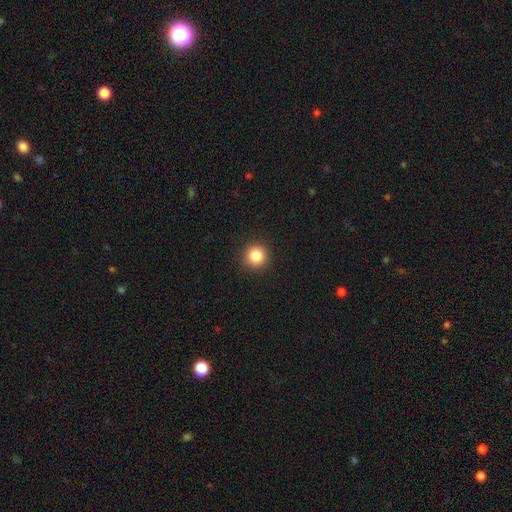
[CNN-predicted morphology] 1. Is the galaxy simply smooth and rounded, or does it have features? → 85% smooth, 11% star or artifact, 5% featured or disk.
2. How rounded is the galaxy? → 95% round, 4% in between, 1% cigar-shaped.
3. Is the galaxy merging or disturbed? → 93% none, 5% minor disturbance, 2% major disturbance, 1% merger.